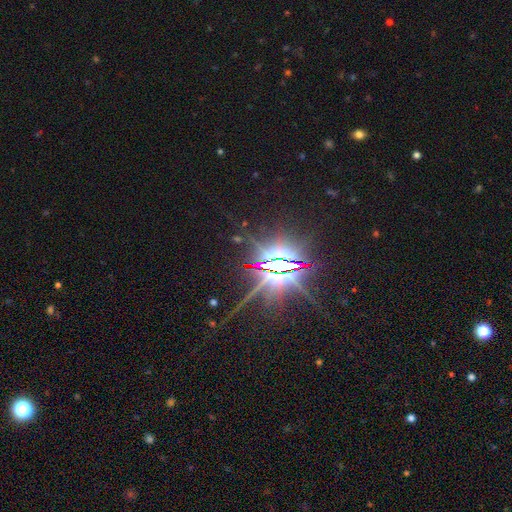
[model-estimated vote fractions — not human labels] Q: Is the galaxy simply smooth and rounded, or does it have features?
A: star or artifact — 86%.